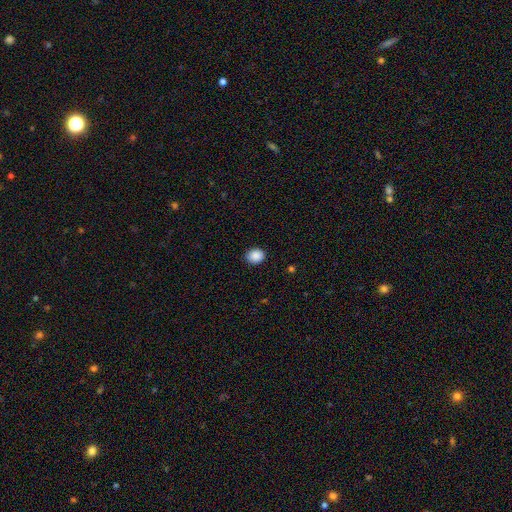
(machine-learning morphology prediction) This appears to be a smooth galaxy with no disk features (89%) that is round (56%). Merging: none (89%).